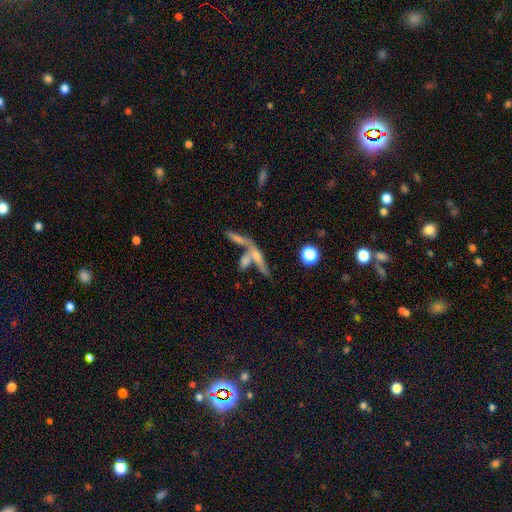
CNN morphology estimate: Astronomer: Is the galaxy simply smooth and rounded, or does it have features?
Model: featured or disk — 58%.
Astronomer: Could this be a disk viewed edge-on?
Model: yes — 80%.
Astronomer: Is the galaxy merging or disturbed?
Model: none — 44% (runner-up: merger, 40%).